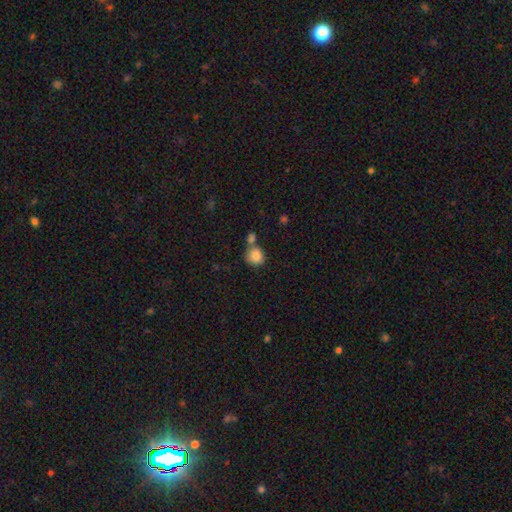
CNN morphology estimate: Smooth or featured? smooth (85%)
How rounded? round (85%)
Merging? none (54%)